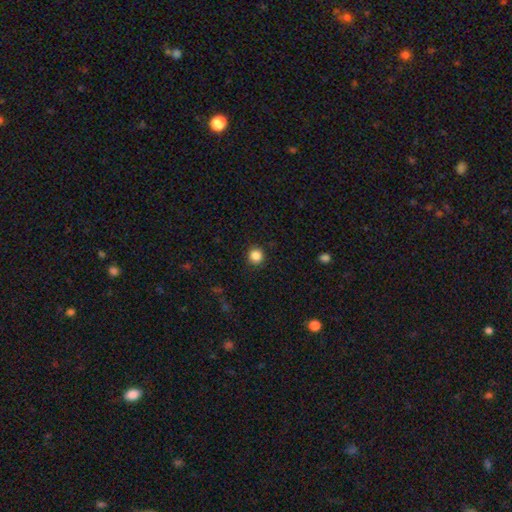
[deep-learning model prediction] Smooth or featured: smooth — 86% (star or artifact — 11%)
How rounded: round — 93% (in between — 6%)
Merging: none — 92% (minor disturbance — 5%)